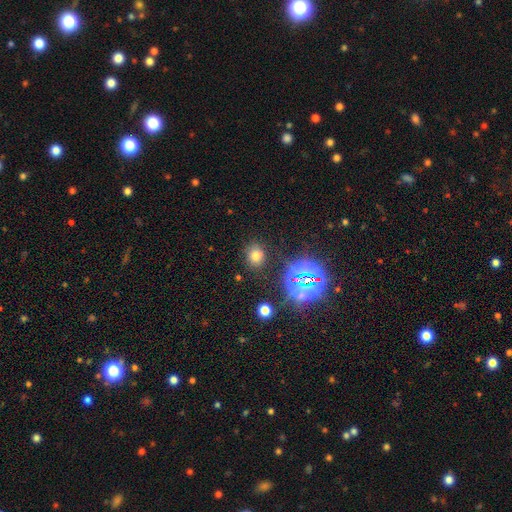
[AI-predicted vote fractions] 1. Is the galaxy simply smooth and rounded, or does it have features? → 64% smooth, 27% star or artifact, 8% featured or disk.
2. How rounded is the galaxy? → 61% round, 38% in between, 1% cigar-shaped.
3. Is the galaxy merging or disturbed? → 84% none, 10% minor disturbance, 4% major disturbance, 3% merger.